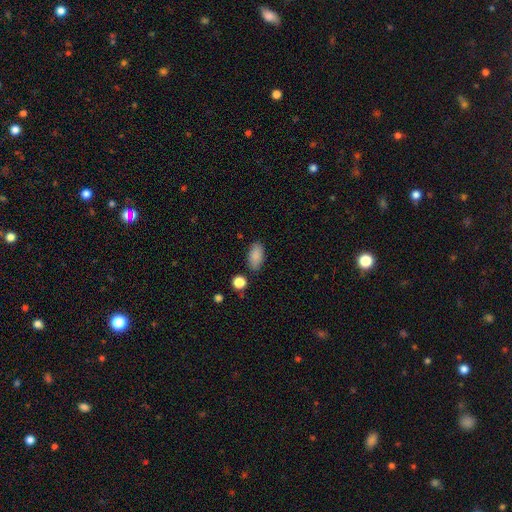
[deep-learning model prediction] smooth_or_featured: smooth (p=0.88) [alt: star or artifact p=0.07]
how_rounded: in between (p=0.92) [alt: round p=0.04]
merging: none (p=0.83) [alt: minor disturbance p=0.11]